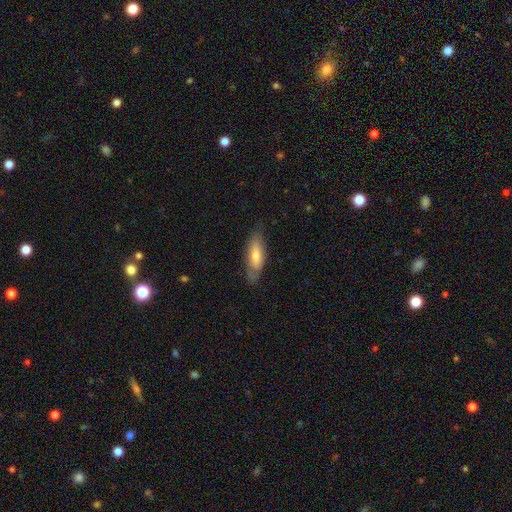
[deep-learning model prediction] A smooth galaxy with no disk features (62%) that is in between round and cigar-shaped (57%).

Vote fractions:
- Smooth or featured? smooth: 62% / featured or disk: 32% / star or artifact: 6%
- How rounded? in between: 57% / cigar-shaped: 41% / round: 2%
- Merging? none: 71% / minor disturbance: 22% / major disturbance: 6% / merger: 1%